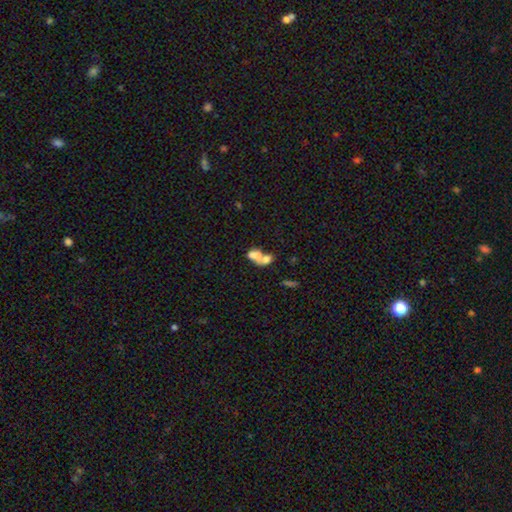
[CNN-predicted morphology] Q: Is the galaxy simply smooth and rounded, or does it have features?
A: smooth — 65%.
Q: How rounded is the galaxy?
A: in between — 75%.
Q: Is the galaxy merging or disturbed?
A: merger — 71%.